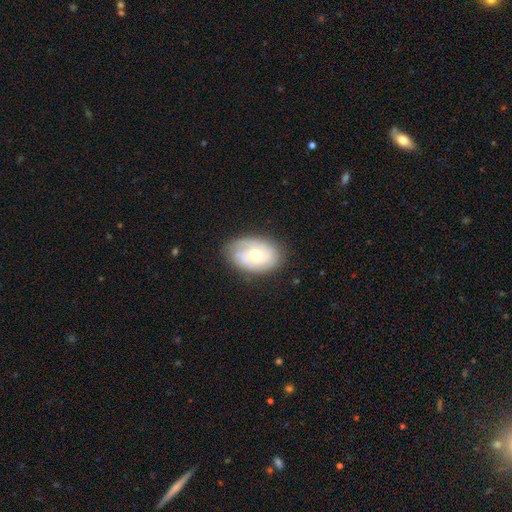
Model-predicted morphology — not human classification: Q: Smooth or featured?
A: featured or disk (62%); runner-up: smooth (32%)
Q: Edge-on disk?
A: no (95%); runner-up: yes (5%)
Q: Bar?
A: no (75%); runner-up: weak (21%)
Q: Spiral arms?
A: yes (77%); runner-up: no (23%)
Q: Bulge size?
A: moderate (72%); runner-up: small (19%)
Q: Merging?
A: none (72%); runner-up: minor disturbance (20%)